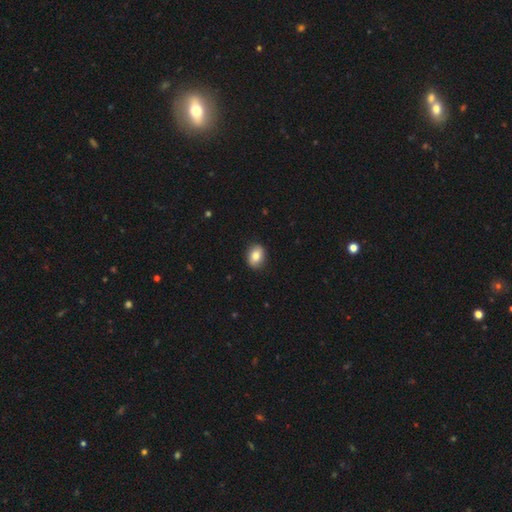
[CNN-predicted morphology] Smooth or featured? smooth (82%)
How rounded? in between (65%)
Merging? none (87%)